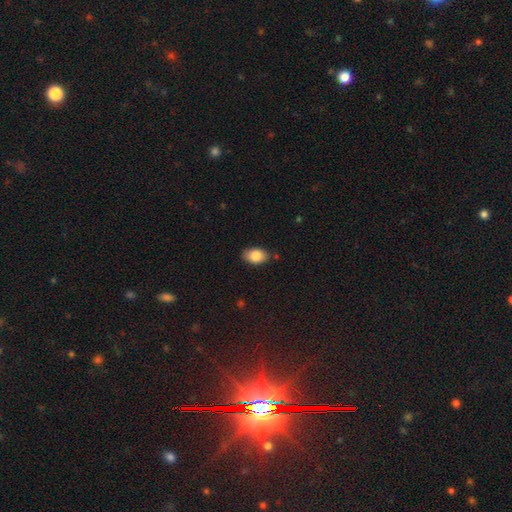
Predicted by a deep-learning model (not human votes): This appears to be a smooth galaxy with no disk features (85%) that is in between round and cigar-shaped (88%). Merging: none (81%).